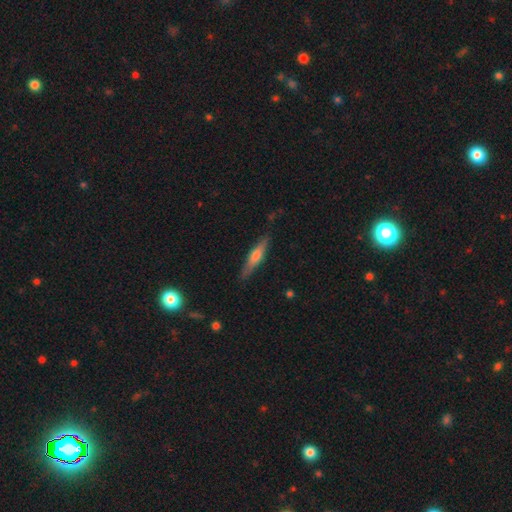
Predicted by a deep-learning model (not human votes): A featured or disk galaxy (48%). Merging: none (86%).